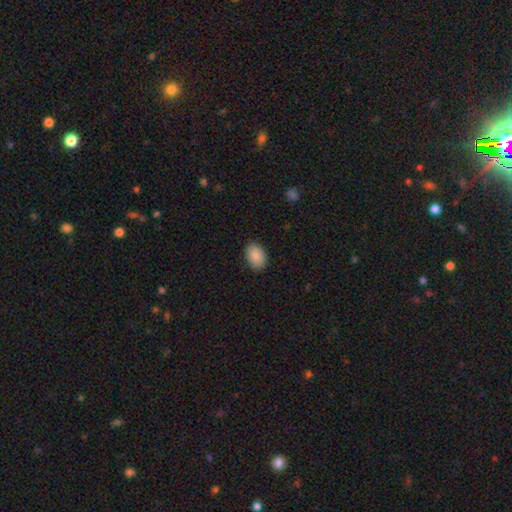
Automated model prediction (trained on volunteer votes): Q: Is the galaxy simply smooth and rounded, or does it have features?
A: smooth — 89%.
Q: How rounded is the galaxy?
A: in between — 85%.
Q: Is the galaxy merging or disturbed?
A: none — 88%.